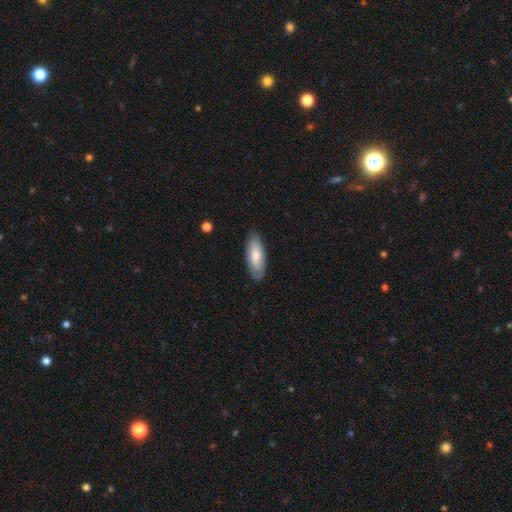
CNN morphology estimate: The model was most divided on "how rounded": in between: 73%, cigar-shaped: 25%, round: 2%. More confident: merging — none (83%); smooth or featured — smooth (75%).